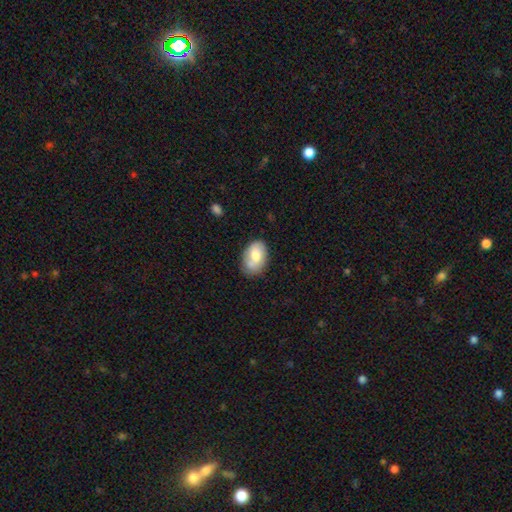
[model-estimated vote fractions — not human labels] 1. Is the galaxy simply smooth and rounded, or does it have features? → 68% smooth, 25% featured or disk, 7% star or artifact.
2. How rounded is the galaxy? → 86% in between, 13% round, 1% cigar-shaped.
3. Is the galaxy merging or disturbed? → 63% none, 23% minor disturbance, 8% merger, 6% major disturbance.